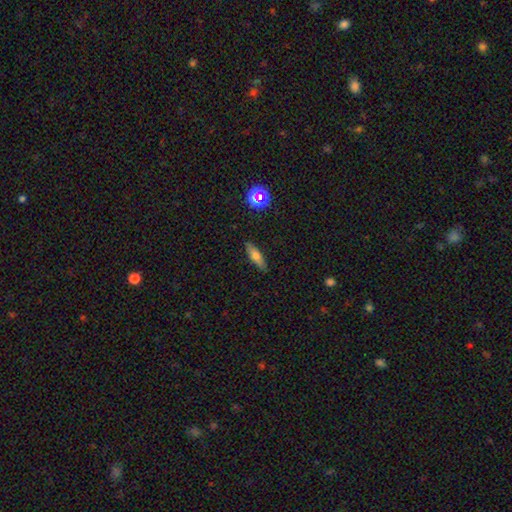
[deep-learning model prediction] smooth_or_featured: smooth (p=0.64) [alt: featured or disk p=0.26]
how_rounded: cigar-shaped (p=0.60) [alt: in between p=0.36]
merging: none (p=0.86) [alt: minor disturbance p=0.10]